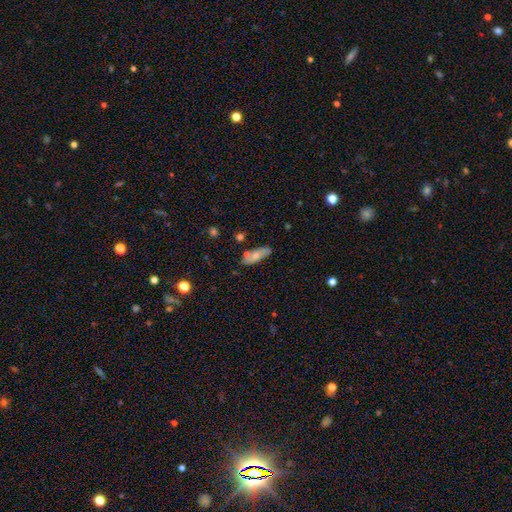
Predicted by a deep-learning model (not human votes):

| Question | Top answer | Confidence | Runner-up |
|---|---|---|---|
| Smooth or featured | smooth | 71% | featured or disk (22%) |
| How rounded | in between | 69% | cigar-shaped (28%) |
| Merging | none | 73% | minor disturbance (17%) |